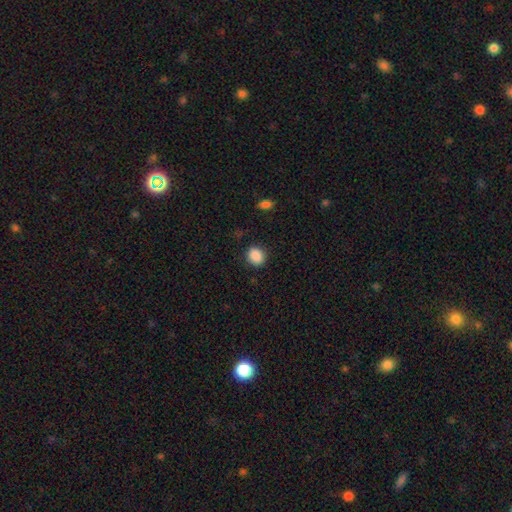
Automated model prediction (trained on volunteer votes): Smooth or featured? Predicted: smooth (p=0.88). How rounded? Predicted: round (p=0.70). Merging? Predicted: none (p=0.88).